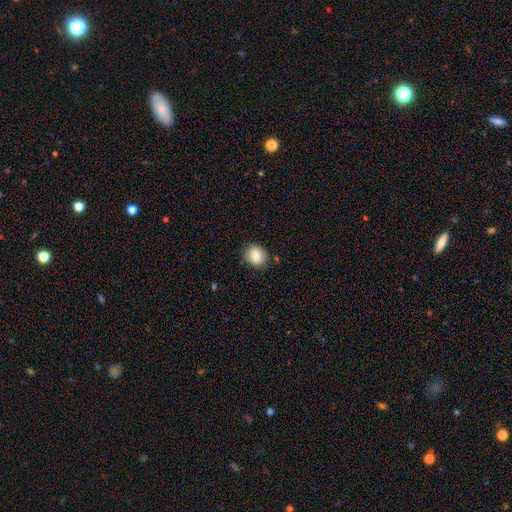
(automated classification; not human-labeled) Smooth or featured: smooth — 81% (featured or disk — 10%)
How rounded: round — 75% (in between — 24%)
Merging: none — 85% (minor disturbance — 11%)